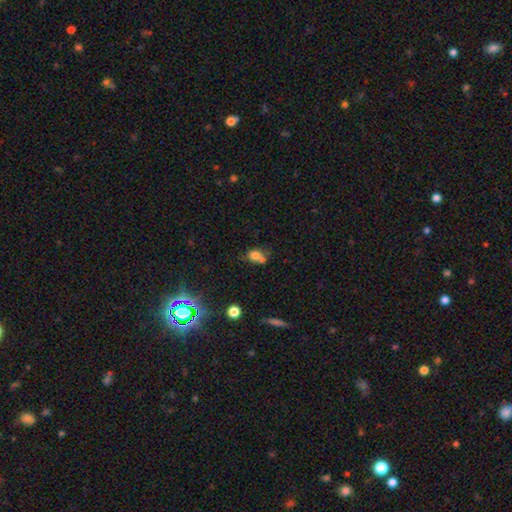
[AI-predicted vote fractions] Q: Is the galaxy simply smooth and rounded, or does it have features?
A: smooth — 72%.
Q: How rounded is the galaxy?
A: in between — 54%.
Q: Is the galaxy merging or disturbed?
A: none — 38%, tied with merger.